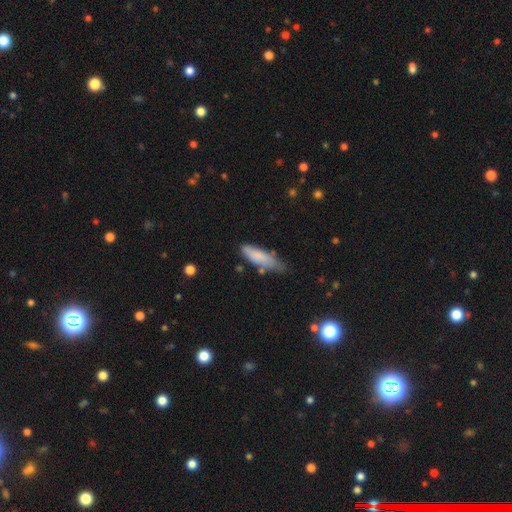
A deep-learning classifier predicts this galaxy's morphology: A smooth galaxy with no disk features (79%) that is cigar-shaped (53%). Merging: none (52%).